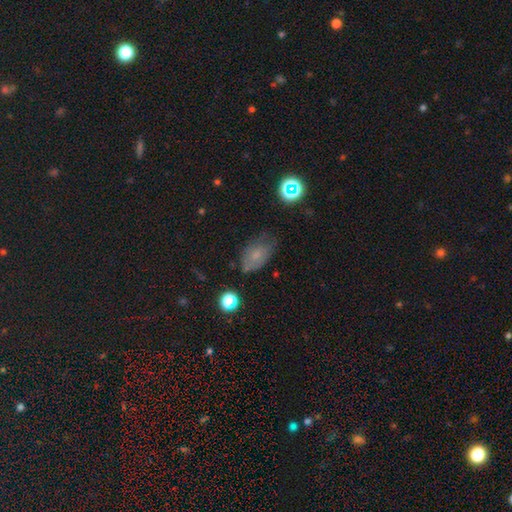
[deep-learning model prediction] smooth_or_featured: smooth (p=0.63) [alt: featured or disk p=0.22]
how_rounded: in between (p=0.88) [alt: round p=0.10]
merging: none (p=0.54) [alt: minor disturbance p=0.33]